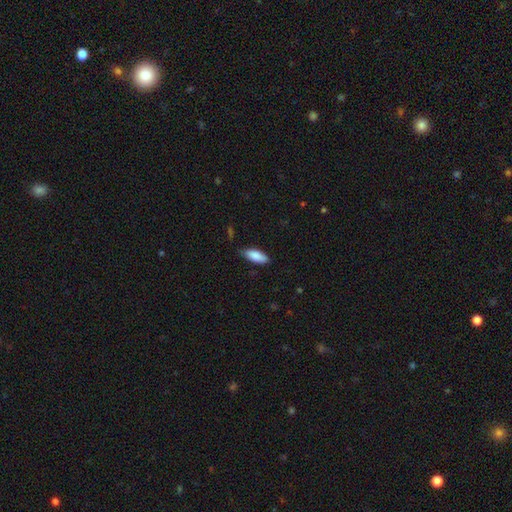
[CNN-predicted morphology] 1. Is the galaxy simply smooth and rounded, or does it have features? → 87% smooth, 7% featured or disk, 6% star or artifact.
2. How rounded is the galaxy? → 79% in between, 19% cigar-shaped, 2% round.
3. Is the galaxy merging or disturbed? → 76% none, 20% minor disturbance, 3% major disturbance, 1% merger.